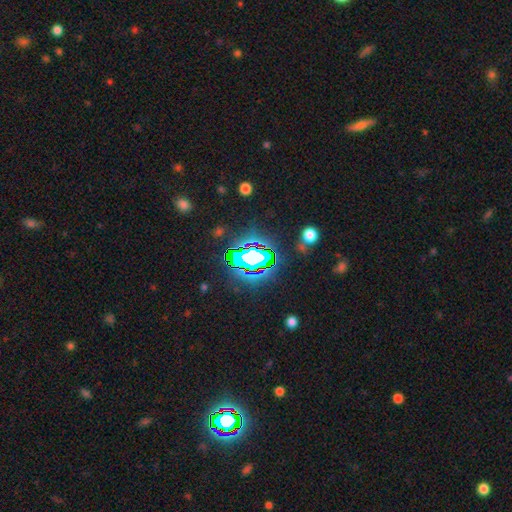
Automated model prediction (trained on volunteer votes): Smooth or featured?
  - star or artifact: 68% *
  - smooth: 19%
  - featured or disk: 13%